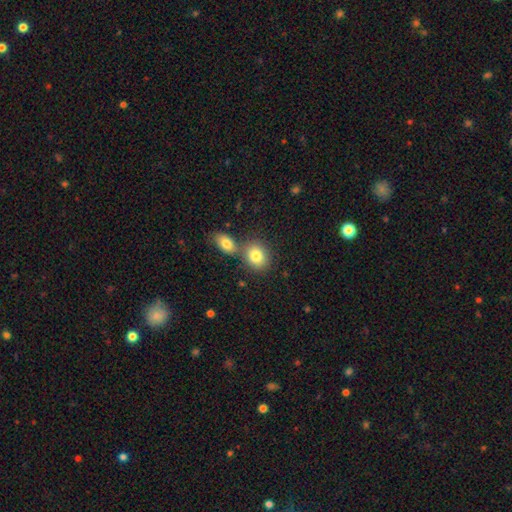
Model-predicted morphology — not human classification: Smooth or featured: smooth — 81% (featured or disk — 10%)
How rounded: round — 51% (in between — 48%)
Merging: none — 53% (merger — 35%)